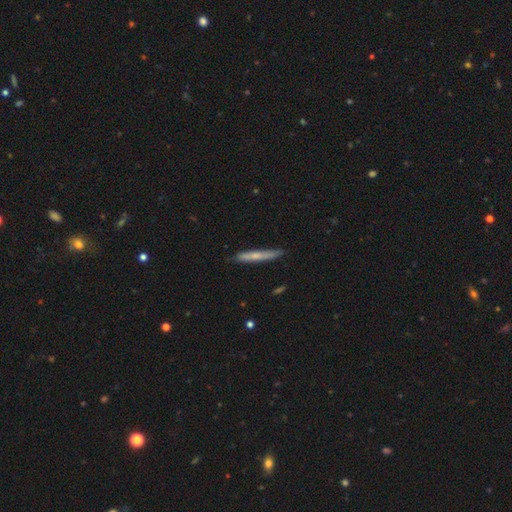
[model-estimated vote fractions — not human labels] Overall: smooth (60%; featured or disk 34%). How rounded: cigar-shaped (95%). Merging: none (85%).